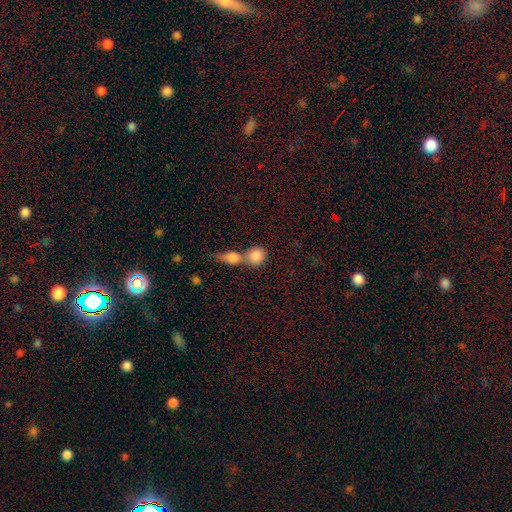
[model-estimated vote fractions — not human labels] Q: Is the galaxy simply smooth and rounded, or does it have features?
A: smooth — 84%.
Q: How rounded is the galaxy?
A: round — 78%.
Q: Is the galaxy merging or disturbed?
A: merger — 57%.